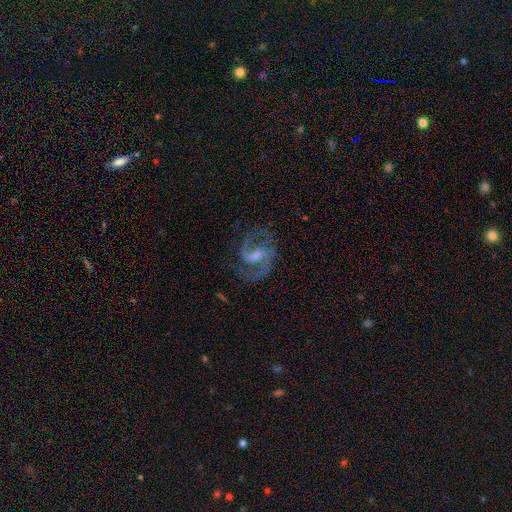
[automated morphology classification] smooth_or_featured: featured or disk (p=0.89) [alt: star or artifact p=0.06]
disk_edge_on: no (p=0.98) [alt: yes p=0.02]
bar: weak (p=0.58) [alt: strong p=0.23]
has_spiral_arms: yes (p=0.97) [alt: no p=0.03]
spiral_winding: medium (p=0.60) [alt: loose p=0.24]
spiral_arm_count: 2 (p=0.89) [alt: can't tell p=0.03]
bulge_size: small (p=0.43) [alt: moderate p=0.39]
merging: none (p=0.74) [alt: minor disturbance p=0.15]